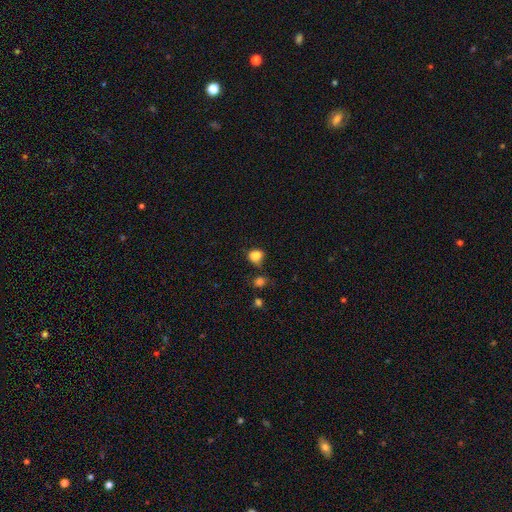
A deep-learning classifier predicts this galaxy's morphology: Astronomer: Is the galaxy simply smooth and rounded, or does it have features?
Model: smooth — 83%.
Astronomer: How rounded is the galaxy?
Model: in between — 53% (runner-up: round, 46%).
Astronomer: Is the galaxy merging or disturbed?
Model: none — 54%.